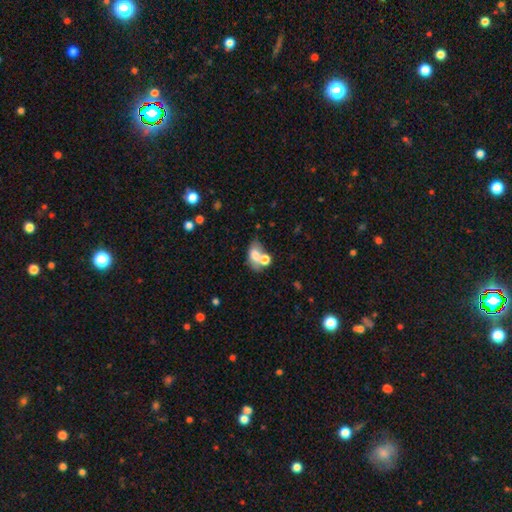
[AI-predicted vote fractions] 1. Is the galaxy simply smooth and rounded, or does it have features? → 67% smooth, 22% featured or disk, 10% star or artifact.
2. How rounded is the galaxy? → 82% in between, 16% round, 2% cigar-shaped.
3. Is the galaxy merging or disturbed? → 47% merger, 32% none, 13% minor disturbance, 8% major disturbance.